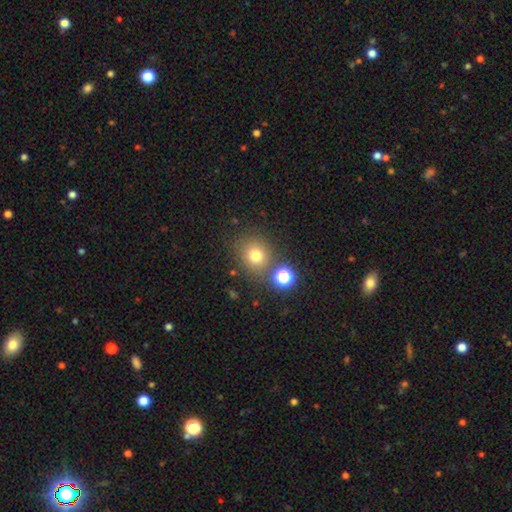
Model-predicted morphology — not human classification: A smooth galaxy with no disk features (73%) that is round (83%). Merging: none (76%).